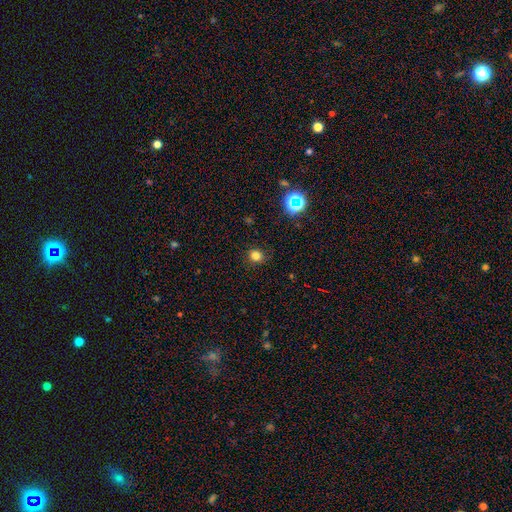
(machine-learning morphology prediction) Q: Smooth or featured?
A: smooth (78%); runner-up: star or artifact (16%)
Q: How rounded?
A: round (77%); runner-up: in between (22%)
Q: Merging?
A: none (83%); runner-up: minor disturbance (12%)